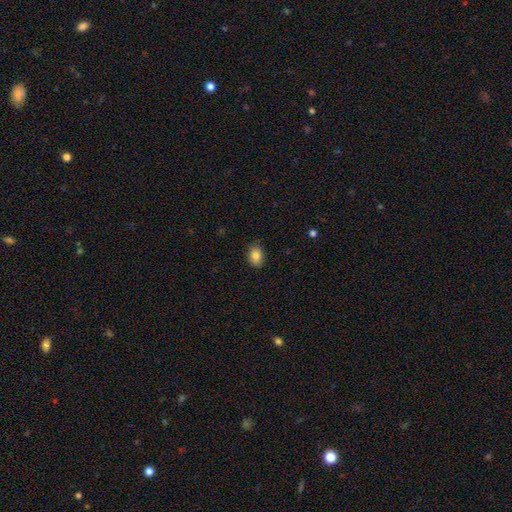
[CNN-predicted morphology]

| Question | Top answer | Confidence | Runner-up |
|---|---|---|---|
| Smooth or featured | smooth | 83% | star or artifact (9%) |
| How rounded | in between | 80% | round (19%) |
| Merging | none | 84% | minor disturbance (13%) |